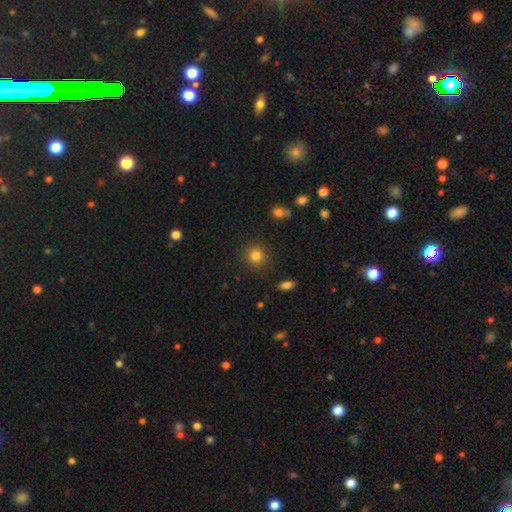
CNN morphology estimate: Q: Smooth or featured?
A: smooth (83%); runner-up: star or artifact (11%)
Q: How rounded?
A: round (91%); runner-up: in between (8%)
Q: Merging?
A: none (90%); runner-up: minor disturbance (7%)